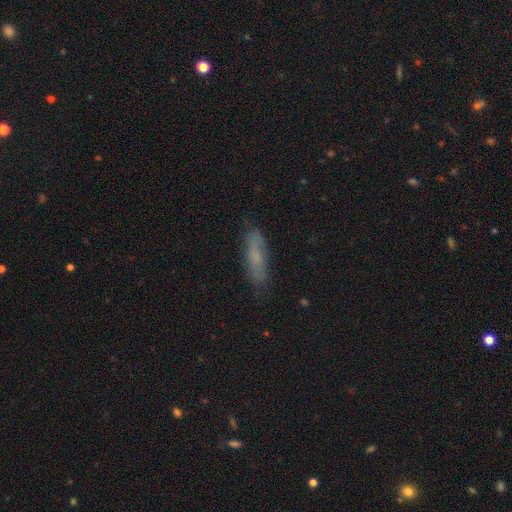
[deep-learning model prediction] Overall: smooth (66%). How rounded: cigar-shaped (68%; in between 30%). Merging: none (81%).